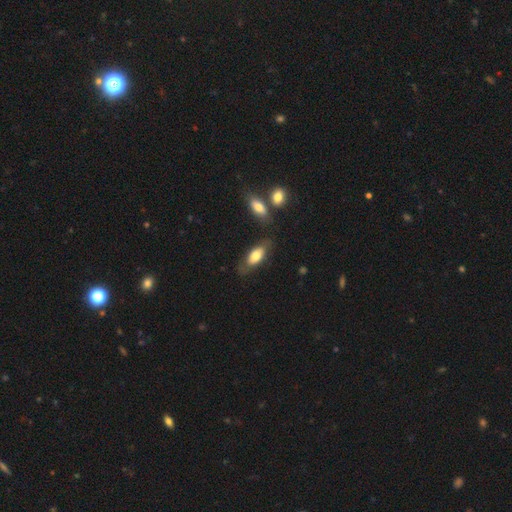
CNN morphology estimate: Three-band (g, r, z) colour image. It shows a smooth galaxy with no disk features (72%) that is in between round and cigar-shaped (84%). Merging: none (71%).